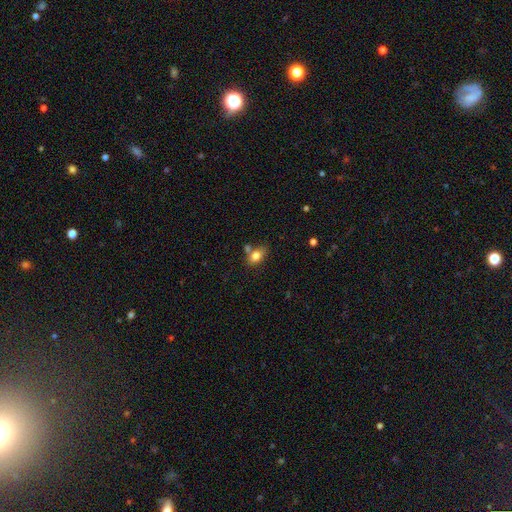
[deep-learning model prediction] Smooth or featured? Predicted: smooth (p=0.80). How rounded? Predicted: in between (p=0.81). Merging? Predicted: none (p=0.59).